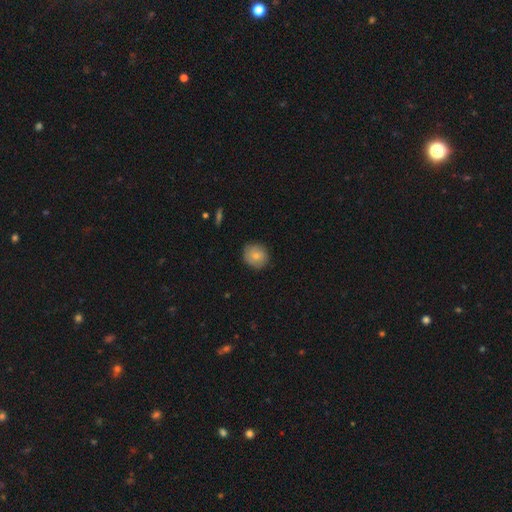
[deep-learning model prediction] smooth_or_featured: smooth (p=0.73) [alt: featured or disk p=0.19]
how_rounded: round (p=0.84) [alt: in between p=0.15]
merging: none (p=0.83) [alt: minor disturbance p=0.13]